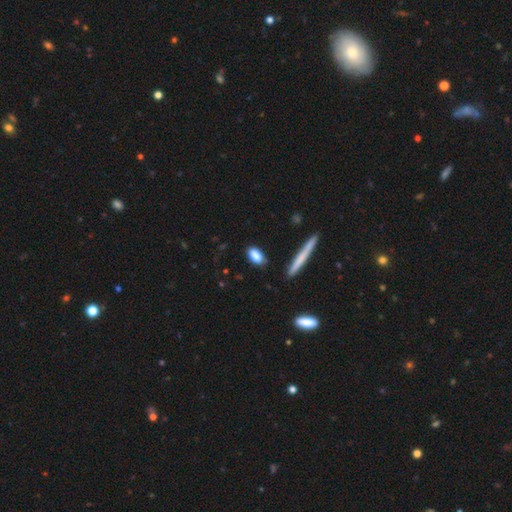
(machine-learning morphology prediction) Overall: smooth (85%). How rounded: in between (83%). Merging: none (84%).